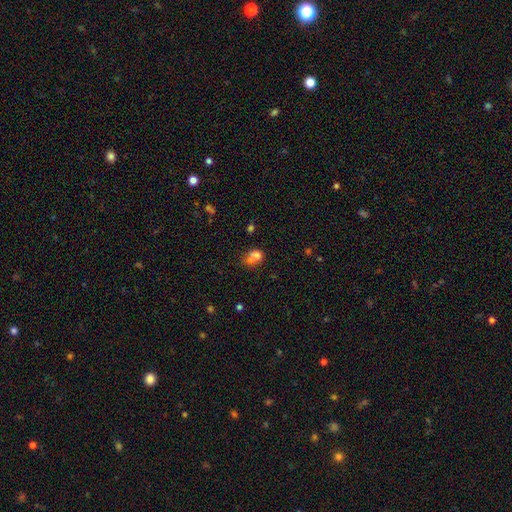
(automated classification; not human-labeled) This appears to be a smooth galaxy with no disk features (68%) that is round (63%). Merging: merger (60%).